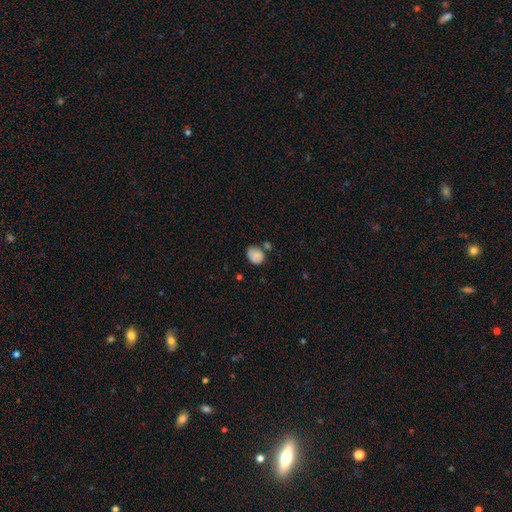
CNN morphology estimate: smooth_or_featured: smooth (p=0.83) [alt: featured or disk p=0.08]
how_rounded: in between (p=0.51) [alt: round p=0.49]
merging: none (p=0.53) [alt: minor disturbance p=0.24]